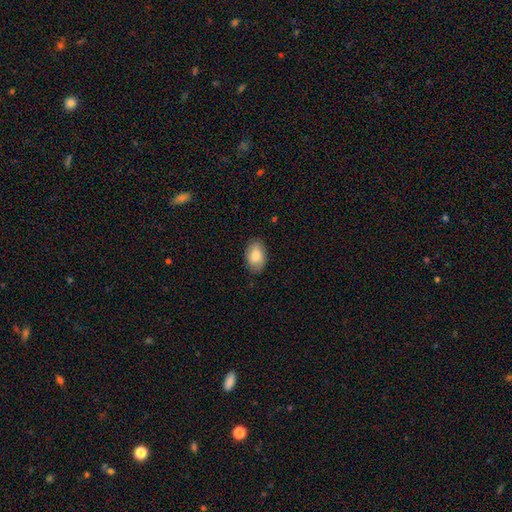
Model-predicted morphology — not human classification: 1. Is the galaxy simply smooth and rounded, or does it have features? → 82% smooth, 12% featured or disk, 6% star or artifact.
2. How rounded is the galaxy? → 90% in between, 8% round, 1% cigar-shaped.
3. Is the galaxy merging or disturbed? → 83% none, 14% minor disturbance, 3% major disturbance, 1% merger.